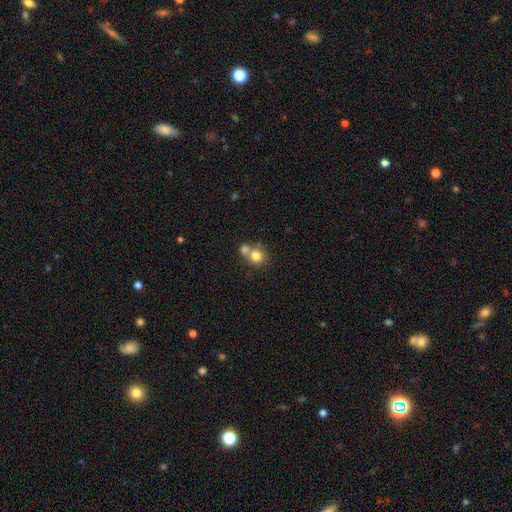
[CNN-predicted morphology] smooth-or-featured: smooth: 78% | featured or disk: 11% | star or artifact: 10%
  how-rounded: round: 84% | in between: 15% | cigar-shaped: 1%
  merging: merger: 48% | none: 42% | minor disturbance: 7% | major disturbance: 3%